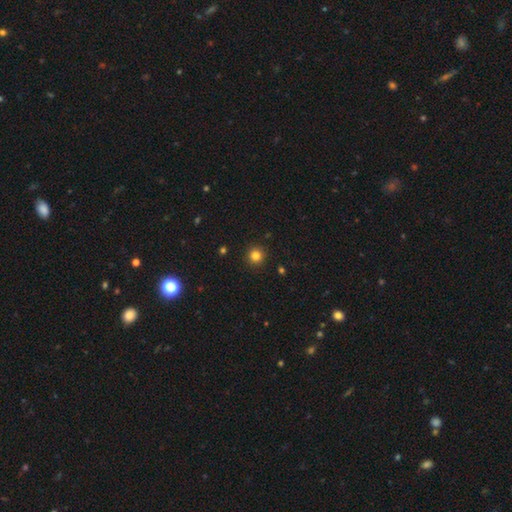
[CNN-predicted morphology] A smooth galaxy with no disk features (82%) that is round (95%).

Vote fractions:
- Smooth or featured? smooth: 82% / star or artifact: 13% / featured or disk: 5%
- How rounded? round: 95% / in between: 4% / cigar-shaped: 1%
- Merging? none: 92% / minor disturbance: 5% / major disturbance: 2% / merger: 1%